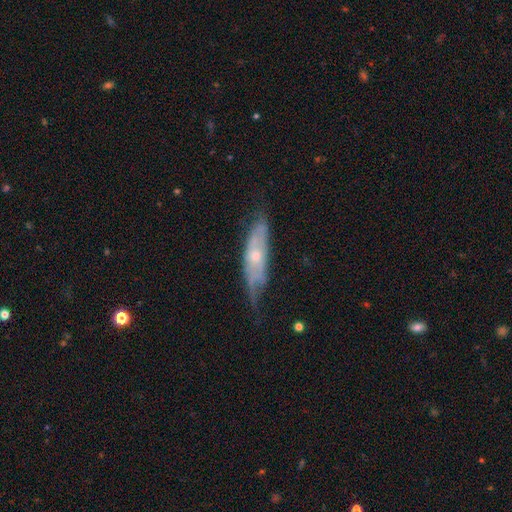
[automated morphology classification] smooth_or_featured: featured or disk (p=0.65) [alt: smooth p=0.27]
disk_edge_on: no (p=0.63) [alt: yes p=0.37]
merging: none (p=0.57) [alt: minor disturbance p=0.31]